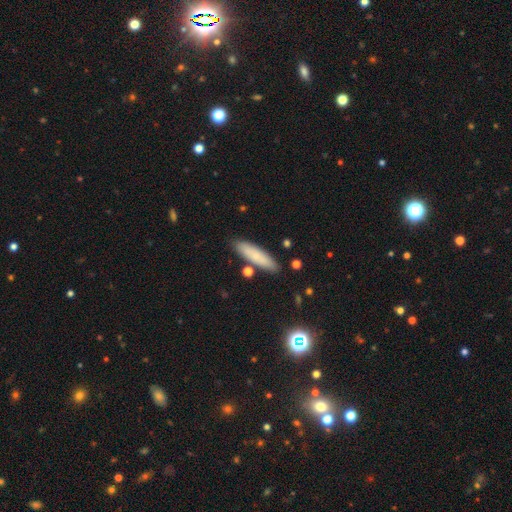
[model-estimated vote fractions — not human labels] A smooth galaxy with no disk features (77%) that is cigar-shaped (70%).

Vote fractions:
- Smooth or featured? smooth: 77% / featured or disk: 16% / star or artifact: 7%
- How rounded? cigar-shaped: 70% / in between: 28% / round: 2%
- Merging? none: 85% / minor disturbance: 10% / merger: 4% / major disturbance: 2%